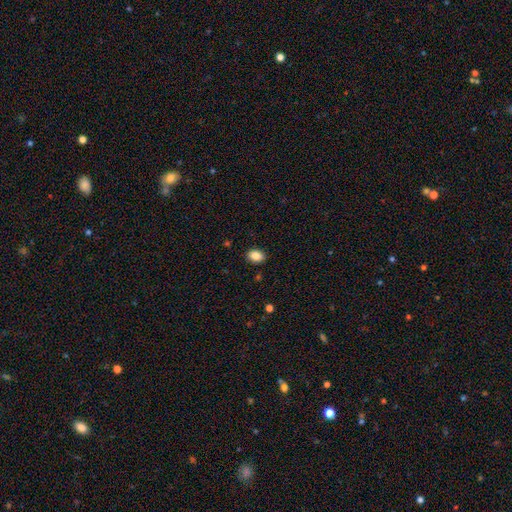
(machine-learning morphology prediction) smooth-or-featured: smooth: 87% | star or artifact: 9% | featured or disk: 4%
  how-rounded: in between: 81% | round: 17% | cigar-shaped: 1%
  merging: none: 88% | minor disturbance: 9% | major disturbance: 2% | merger: 1%